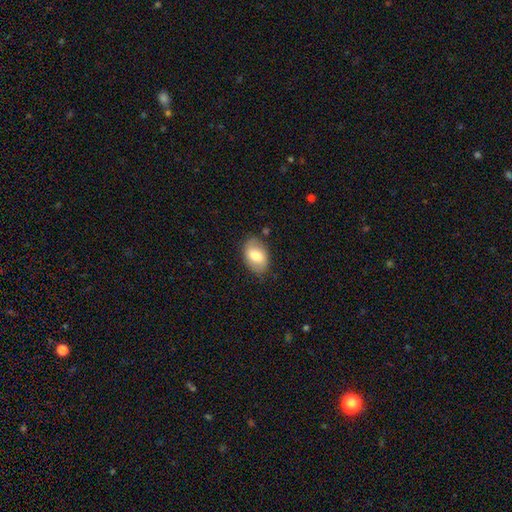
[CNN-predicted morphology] smooth_or_featured: smooth (p=0.72) [alt: featured or disk p=0.21]
how_rounded: in between (p=0.88) [alt: round p=0.10]
merging: none (p=0.78) [alt: minor disturbance p=0.16]